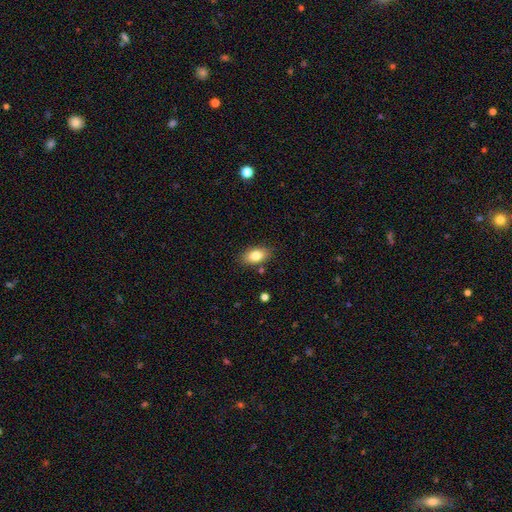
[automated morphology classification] Q: Smooth or featured?
A: smooth (82%); runner-up: featured or disk (10%)
Q: How rounded?
A: in between (90%); runner-up: round (7%)
Q: Merging?
A: none (84%); runner-up: minor disturbance (11%)